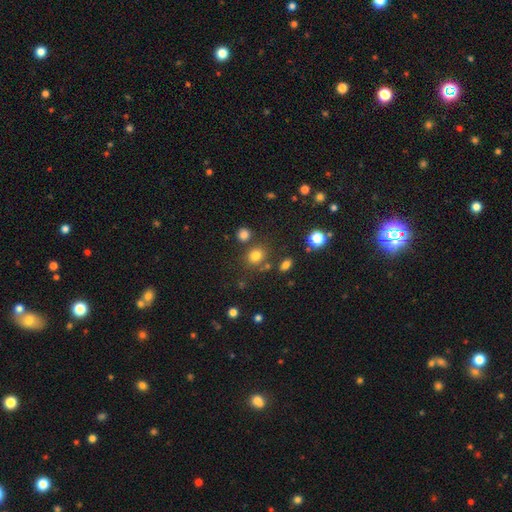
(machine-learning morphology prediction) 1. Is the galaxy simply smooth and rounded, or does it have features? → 78% smooth, 16% star or artifact, 7% featured or disk.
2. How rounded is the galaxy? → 73% round, 26% in between, 1% cigar-shaped.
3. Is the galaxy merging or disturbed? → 74% none, 11% merger, 11% minor disturbance, 4% major disturbance.